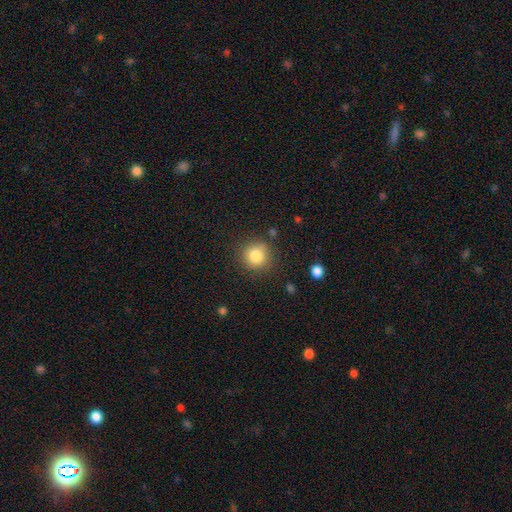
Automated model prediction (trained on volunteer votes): The model was most divided on "smooth or featured": smooth: 83%, star or artifact: 11%, featured or disk: 6%. More confident: how rounded — round (91%); merging — none (83%).